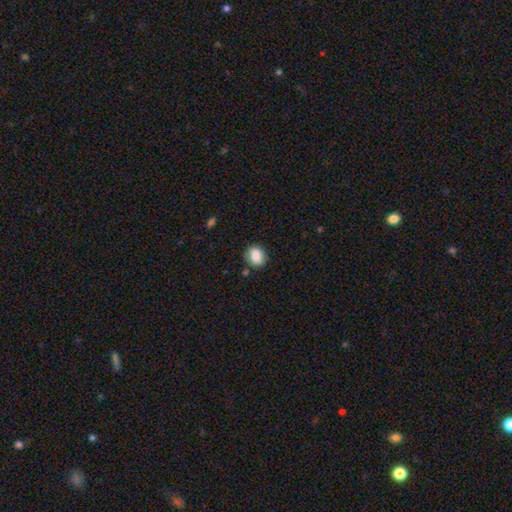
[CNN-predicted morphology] Q: Smooth or featured?
A: smooth (83%); runner-up: star or artifact (8%)
Q: How rounded?
A: round (64%); runner-up: in between (35%)
Q: Merging?
A: none (82%); runner-up: minor disturbance (12%)